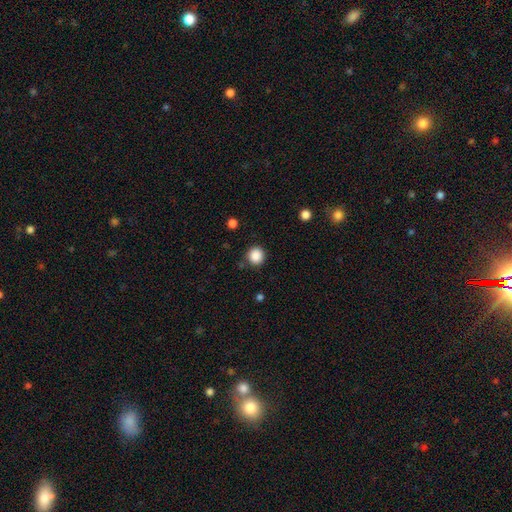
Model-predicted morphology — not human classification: Smooth or featured? Predicted: smooth (p=0.87). How rounded? Predicted: round (p=0.90). Merging? Predicted: none (p=0.87).